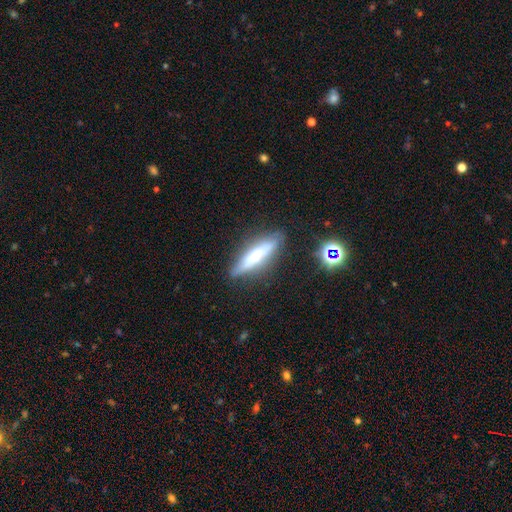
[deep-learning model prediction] The model was most divided on "smooth or featured": smooth: 47%, featured or disk: 45%, star or artifact: 8%. More confident: merging — none (78%).